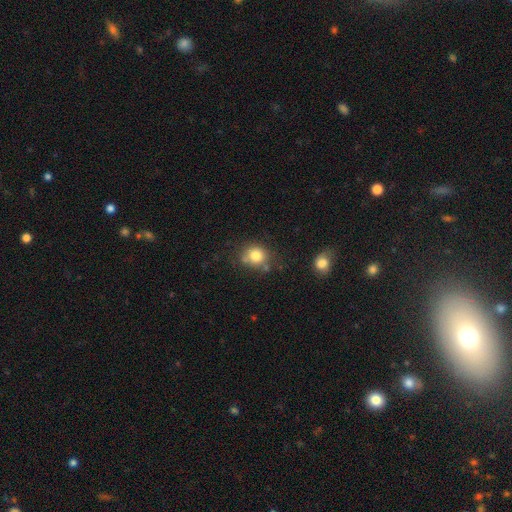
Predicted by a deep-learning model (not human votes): A smooth galaxy with no disk features (81%) that is round (77%).

Vote fractions:
- Smooth or featured? smooth: 81% / star or artifact: 11% / featured or disk: 8%
- How rounded? round: 77% / in between: 22% / cigar-shaped: 1%
- Merging? none: 68% / minor disturbance: 17% / merger: 9% / major disturbance: 5%